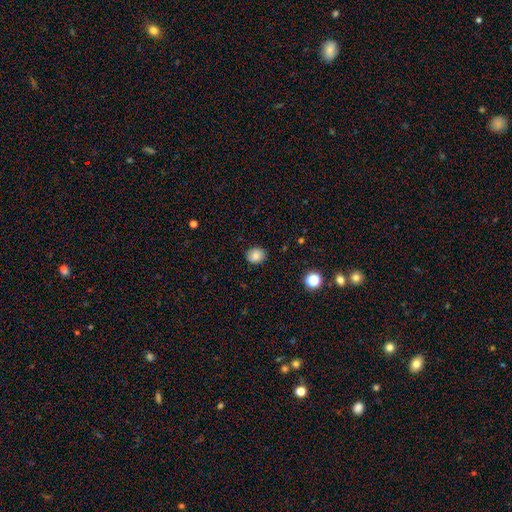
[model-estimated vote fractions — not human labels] smooth 83%, star or artifact 10%, featured or disk 7%. Down the decision tree: how rounded — round (67%); merging — none (88%).